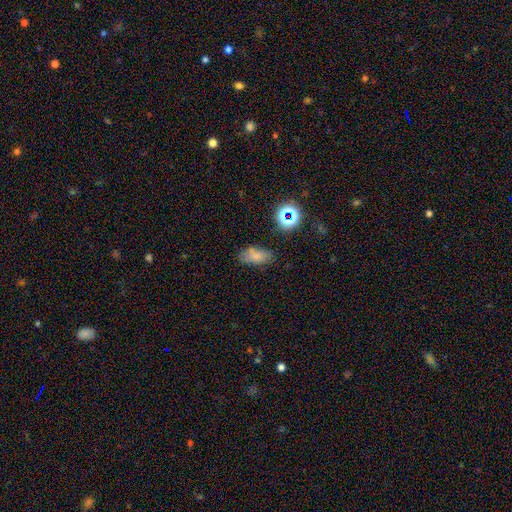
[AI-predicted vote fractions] This appears to be a smooth galaxy with no disk features (70%) that is in between round and cigar-shaped (86%). Merging: none (67%).